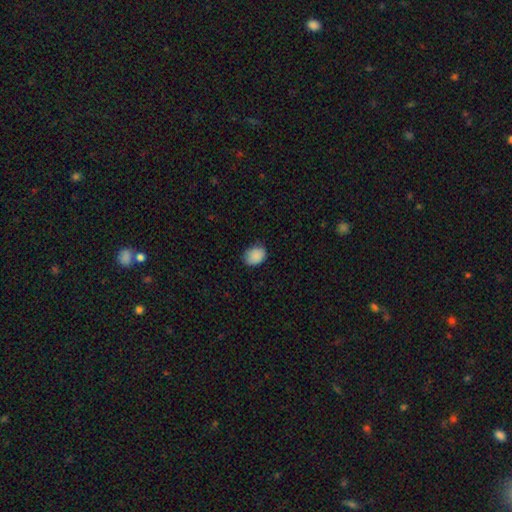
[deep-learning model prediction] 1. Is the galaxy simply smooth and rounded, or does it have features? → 89% smooth, 8% star or artifact, 4% featured or disk.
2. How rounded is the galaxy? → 57% in between, 42% round, 1% cigar-shaped.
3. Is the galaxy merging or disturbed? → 76% none, 20% minor disturbance, 3% major disturbance, 1% merger.